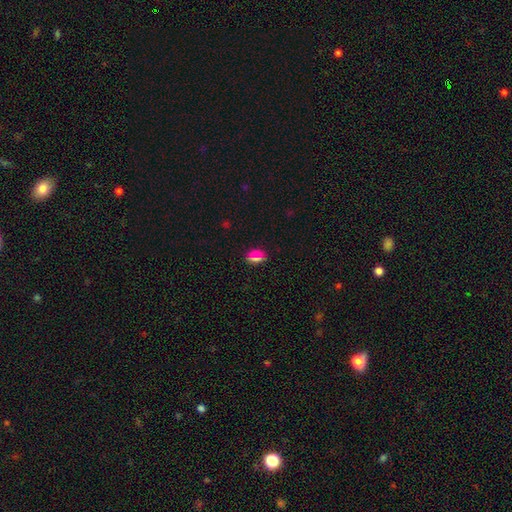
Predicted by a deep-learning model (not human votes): Morphology: type=smooth (65%); roundness=in between (60%); merging=none (83%).